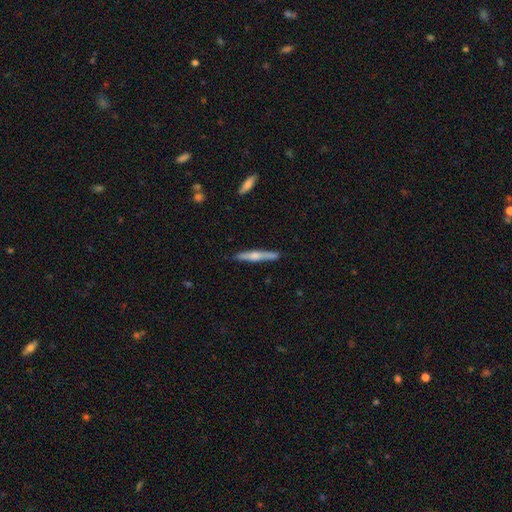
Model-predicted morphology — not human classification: Overall: featured or disk (56%; smooth 38%). Edge-on disk: yes (97%). Edge-on bulge: rounded (79%). Merging: none (87%).